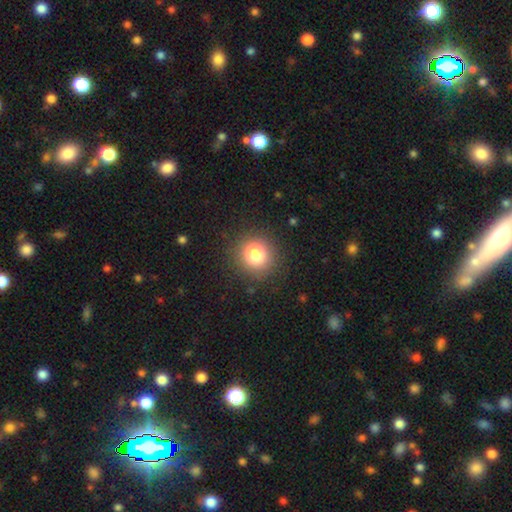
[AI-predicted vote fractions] smooth 79%, star or artifact 13%, featured or disk 8%. Down the decision tree: how rounded — round (87%); merging — none (87%).